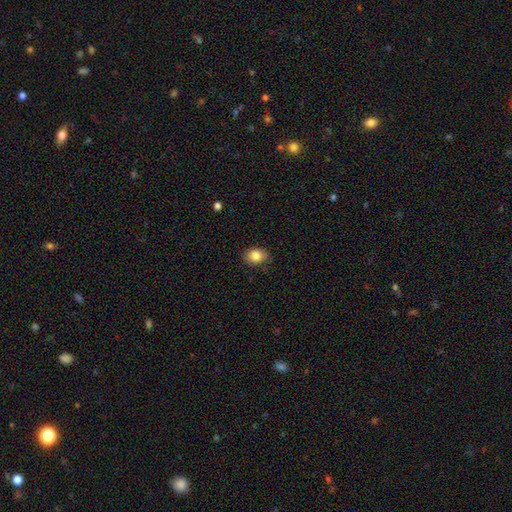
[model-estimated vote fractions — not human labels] This is clearly a smooth galaxy (84%). How rounded: likely in between (63%). Merging: clearly none (82%).